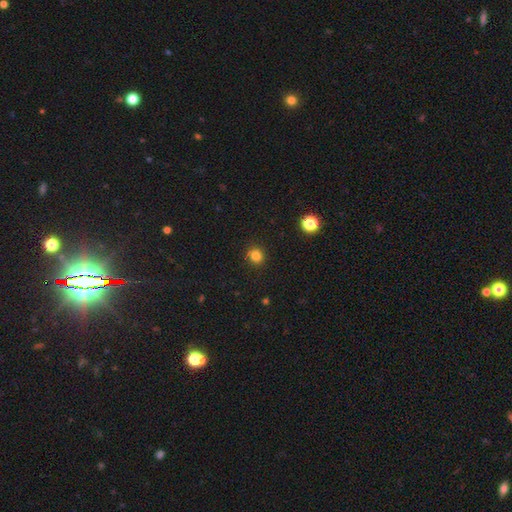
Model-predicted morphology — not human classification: This appears to be a smooth galaxy with no disk features (82%) that is round (86%). Merging: none (87%).